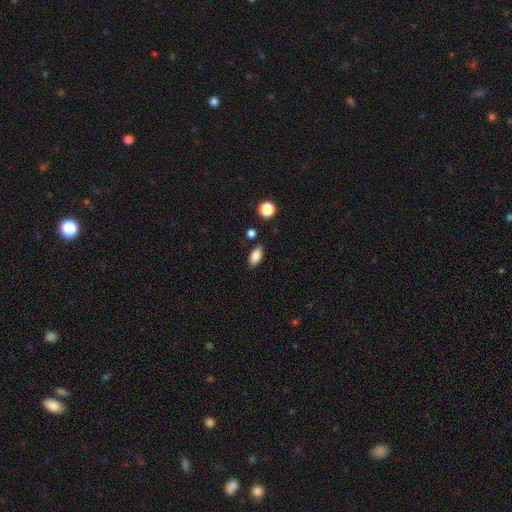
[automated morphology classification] smooth-or-featured: smooth: 86% | star or artifact: 8% | featured or disk: 6%
  how-rounded: in between: 88% | cigar-shaped: 7% | round: 4%
  merging: none: 82% | minor disturbance: 11% | merger: 4% | major disturbance: 3%